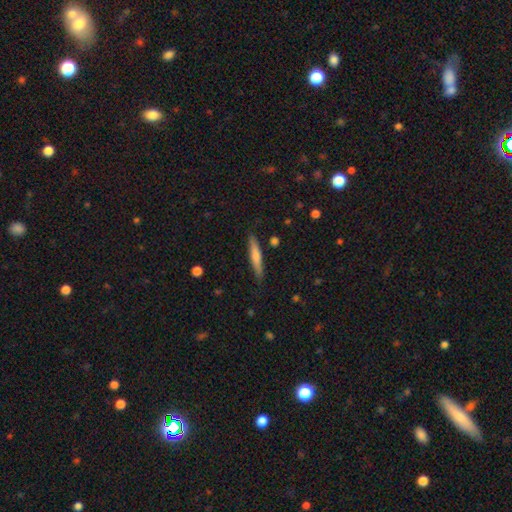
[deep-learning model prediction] smooth 58%, featured or disk 36%, star or artifact 6%. Down the decision tree: how rounded — cigar-shaped (92%); merging — none (88%).